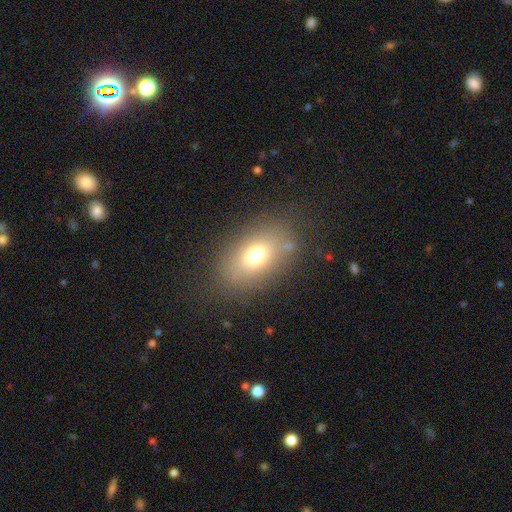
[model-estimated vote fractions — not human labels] A smooth galaxy with no disk features (71%) that is in between round and cigar-shaped (81%).

Vote fractions:
- Smooth or featured? smooth: 71% / featured or disk: 16% / star or artifact: 13%
- How rounded? in between: 81% / round: 17% / cigar-shaped: 2%
- Merging? none: 79% / minor disturbance: 13% / major disturbance: 6% / merger: 3%